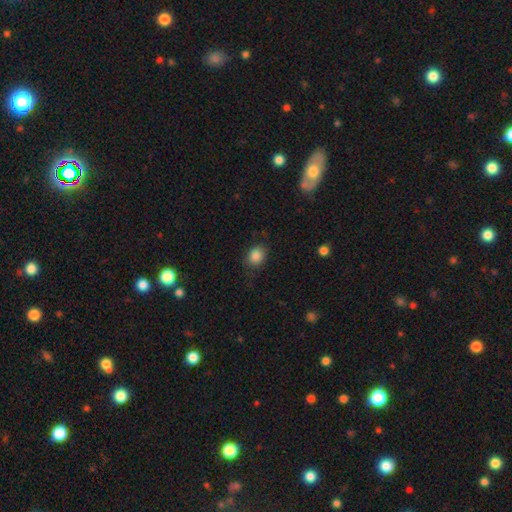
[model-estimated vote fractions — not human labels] This appears to be a smooth galaxy with no disk features (87%) that is round (55%). Merging: none (77%).